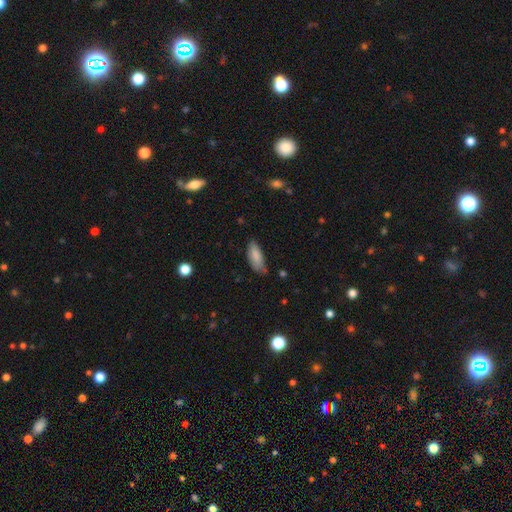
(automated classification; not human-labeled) Overall: smooth (85%). How rounded: in between (77%). Merging: none (66%; minor disturbance 28%).